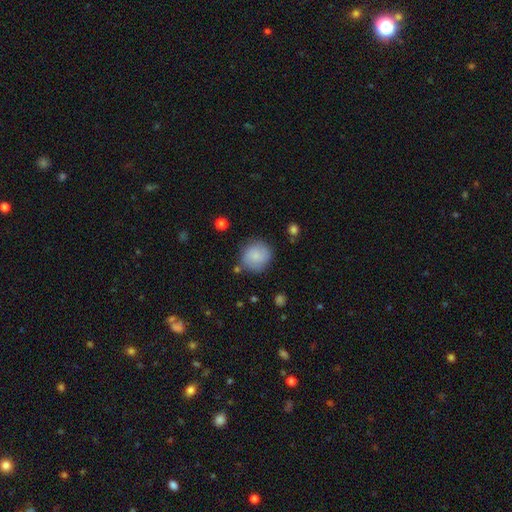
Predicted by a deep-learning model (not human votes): Smooth or featured: smooth — 78% (featured or disk — 14%)
How rounded: round — 90% (in between — 9%)
Merging: none — 78% (minor disturbance — 14%)